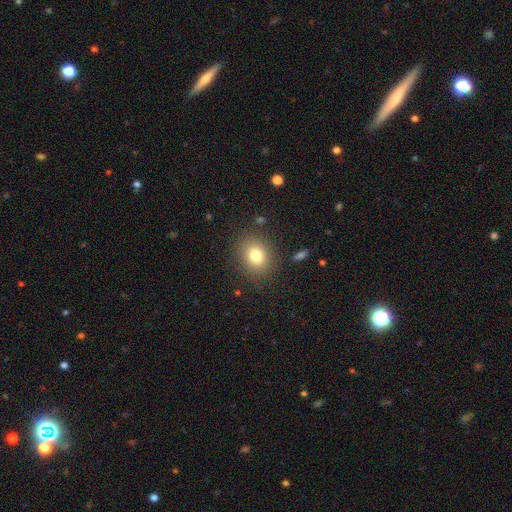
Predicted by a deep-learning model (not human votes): Morphology: type=smooth (79%); roundness=round (70%); merging=none (86%).